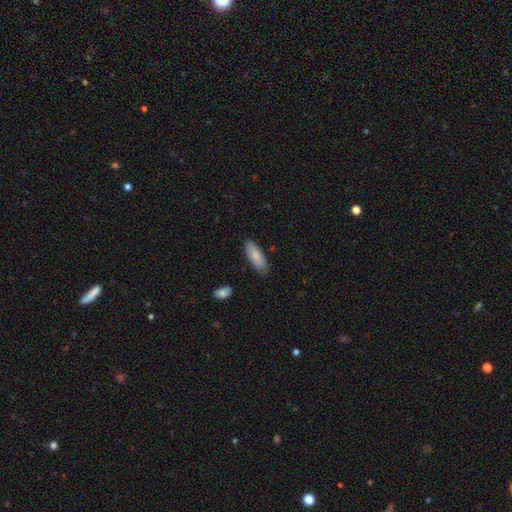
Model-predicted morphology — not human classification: The model was most divided on "how rounded": in between: 65%, cigar-shaped: 33%, round: 2%. More confident: merging — none (82%); smooth or featured — smooth (82%).